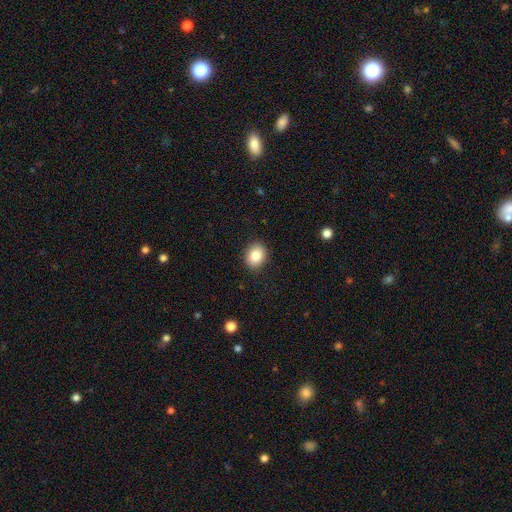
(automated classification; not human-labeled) This is clearly a smooth galaxy (84%). How rounded: possibly round (56%). Merging: clearly none (89%).